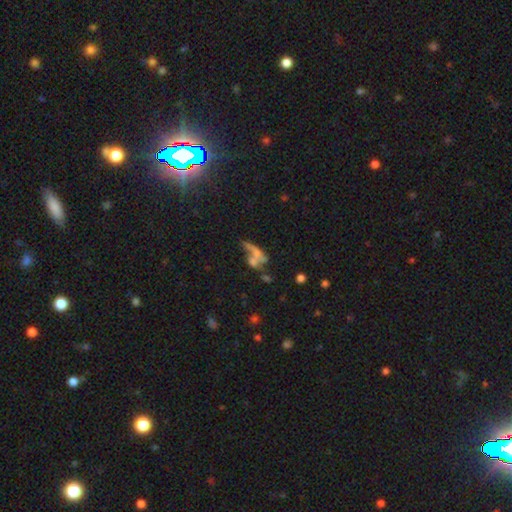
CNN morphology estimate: Q: Smooth or featured?
A: smooth (42%); tied with: featured or disk (42%)
Q: Merging?
A: merger (44%); runner-up: major disturbance (26%)